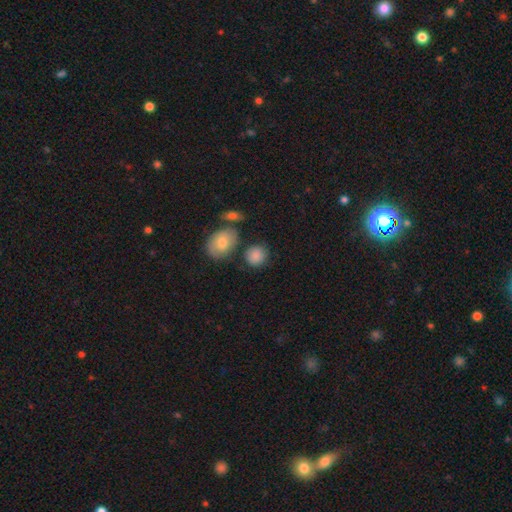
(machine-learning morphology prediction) smooth_or_featured: smooth (p=0.85) [alt: star or artifact p=0.08]
how_rounded: round (p=0.74) [alt: in between p=0.25]
merging: none (p=0.70) [alt: minor disturbance p=0.16]